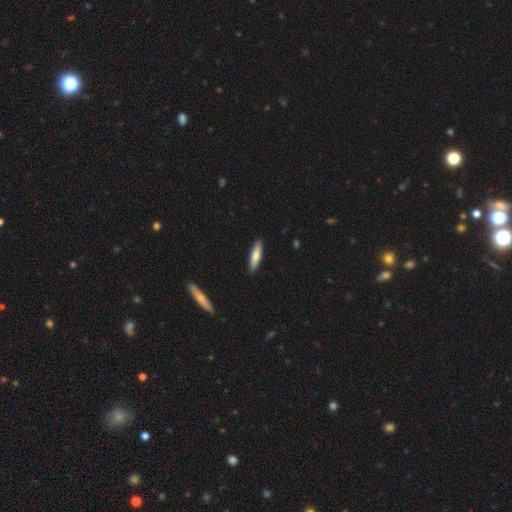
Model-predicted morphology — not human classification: Smooth or featured? Predicted: smooth (p=0.71). How rounded? Predicted: cigar-shaped (p=0.74). Merging? Predicted: none (p=0.90).